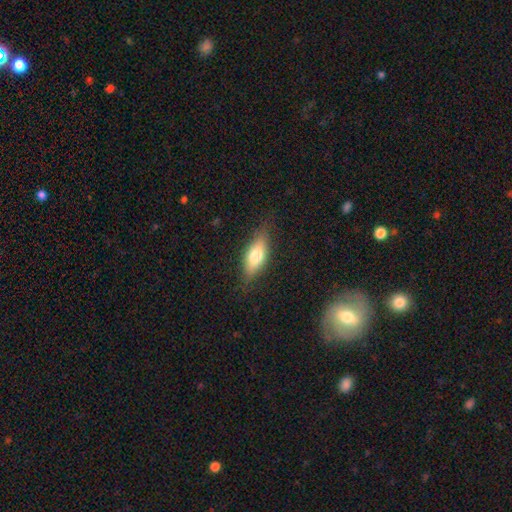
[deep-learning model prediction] smooth-or-featured: smooth: 66% | featured or disk: 27% | star or artifact: 7%
  how-rounded: in between: 71% | cigar-shaped: 25% | round: 3%
  merging: none: 80% | minor disturbance: 15% | major disturbance: 4% | merger: 1%